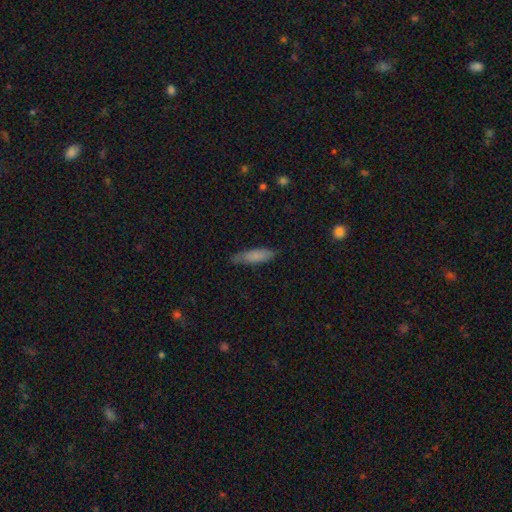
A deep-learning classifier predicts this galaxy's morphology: smooth 77%, featured or disk 16%, star or artifact 6%. Down the decision tree: how rounded — cigar-shaped (61%); merging — none (76%).